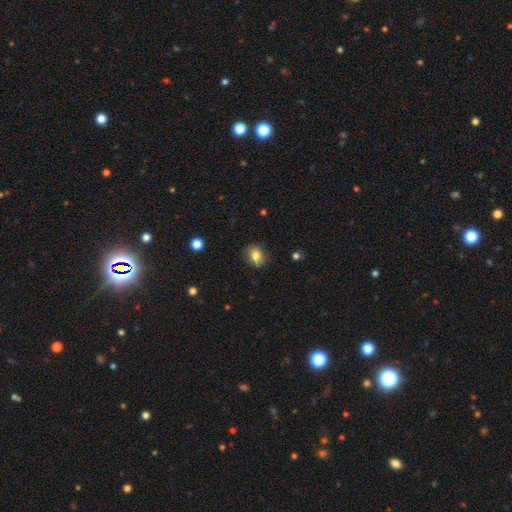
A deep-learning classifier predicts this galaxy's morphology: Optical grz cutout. It shows a smooth galaxy with no disk features (82%) that is in between round and cigar-shaped (55%). Merging: none (86%).